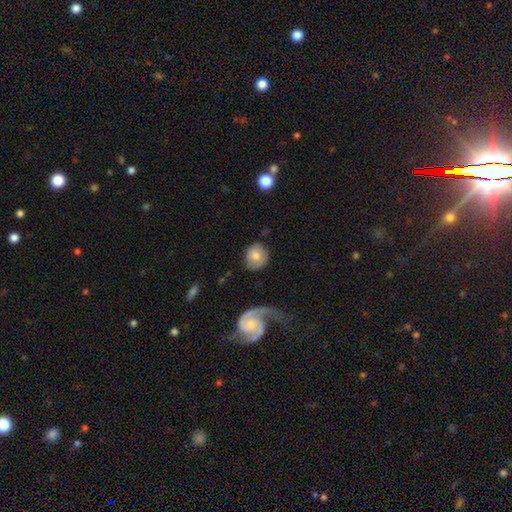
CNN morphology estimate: smooth_or_featured: smooth (p=0.70) [alt: featured or disk p=0.24]
how_rounded: round (p=0.81) [alt: in between p=0.18]
merging: none (p=0.76) [alt: minor disturbance p=0.14]